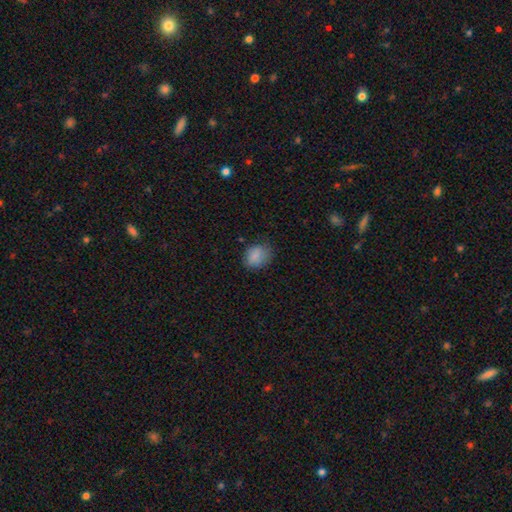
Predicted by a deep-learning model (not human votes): The model was most divided on "how rounded": in between: 53%, round: 46%, cigar-shaped: 1%. More confident: smooth or featured — smooth (85%); merging — none (70%).